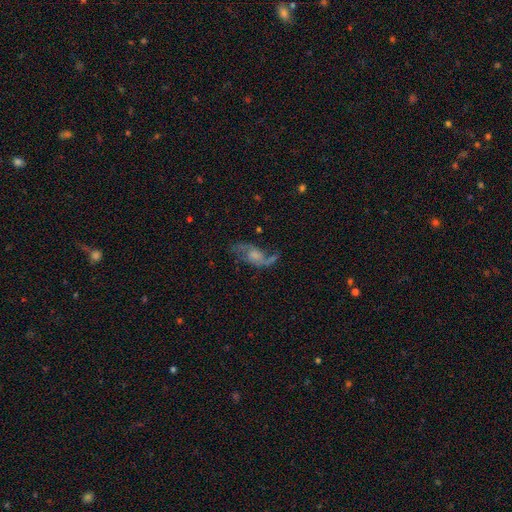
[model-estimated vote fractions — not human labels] A featured or disk galaxy (76%) with no bar (63%), 2 (85%) loose (70%) spiral arms (91%) and a moderate central bulge (34%).

Vote fractions:
- Smooth or featured? featured or disk: 76% / smooth: 15% / star or artifact: 9%
- Edge-on disk? no: 93% / yes: 7%
- Bar? no: 63% / weak: 31% / strong: 6%
- Spiral arms? yes: 91% / no: 9%
- Spiral winding? loose: 70% / medium: 24% / tight: 6%
- Spiral arm count? 2: 85% / 1: 7% / can't tell: 4% / 3: 1% / 4: 1% / more than 4: 1%
- Bulge size? moderate: 34% / small: 29% / none: 21% / large: 14% / dominant: 2%
- Merging? none: 57% / major disturbance: 20% / minor disturbance: 19% / merger: 4%